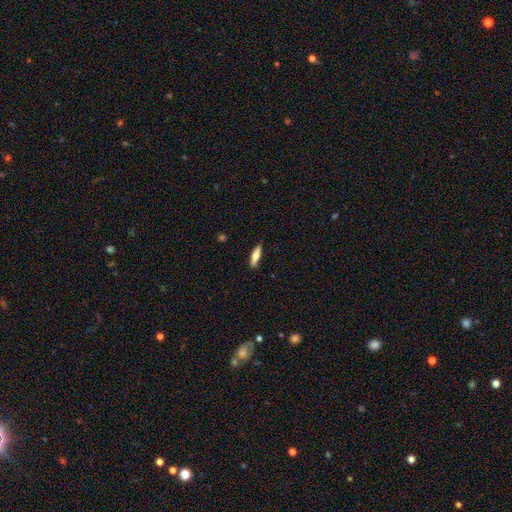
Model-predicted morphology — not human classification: Smooth or featured: smooth — 69% (featured or disk — 25%)
How rounded: cigar-shaped — 63% (in between — 35%)
Merging: none — 86% (minor disturbance — 11%)